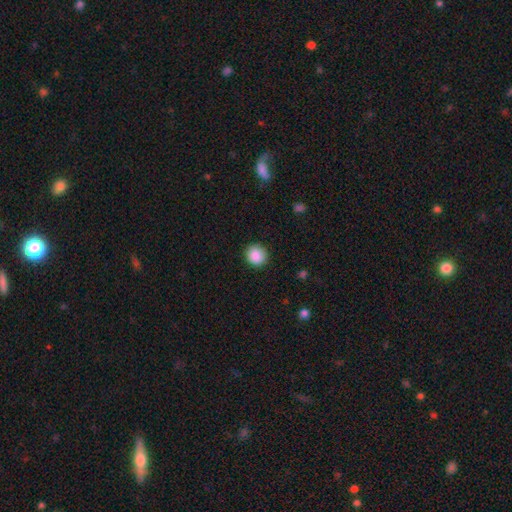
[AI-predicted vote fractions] The model was most divided on "how rounded": round: 89%, in between: 10%, cigar-shaped: 1%. More confident: merging — none (89%); smooth or featured — smooth (88%).